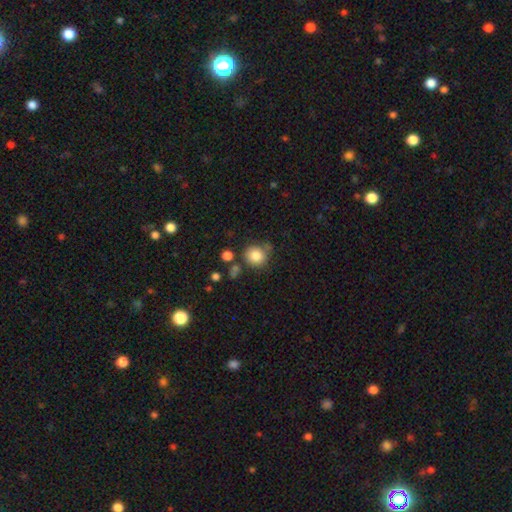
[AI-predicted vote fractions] The model was most divided on "merging": none: 71%, minor disturbance: 15%, merger: 9%, major disturbance: 5%. More confident: how rounded — round (88%); smooth or featured — smooth (83%).